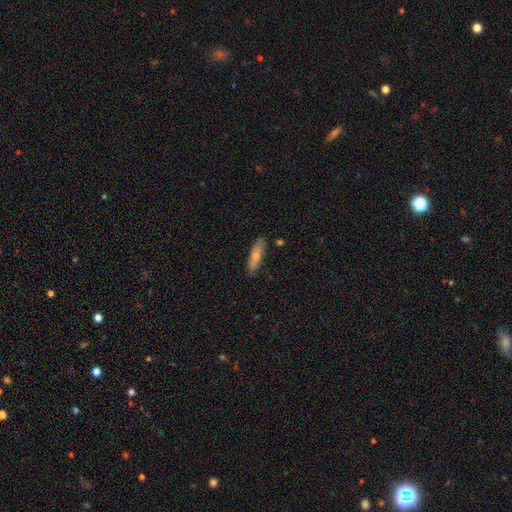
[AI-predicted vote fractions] The model was most divided on "smooth or featured": smooth: 58%, featured or disk: 34%, star or artifact: 8%. More confident: merging — none (87%); how rounded — cigar-shaped (72%).